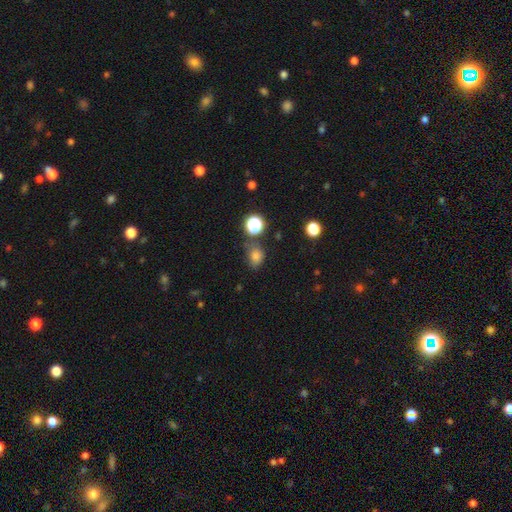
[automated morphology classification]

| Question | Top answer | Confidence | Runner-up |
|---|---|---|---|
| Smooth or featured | smooth | 75% | star or artifact (19%) |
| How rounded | round | 52% | in between (47%) |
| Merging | none | 68% | minor disturbance (20%) |